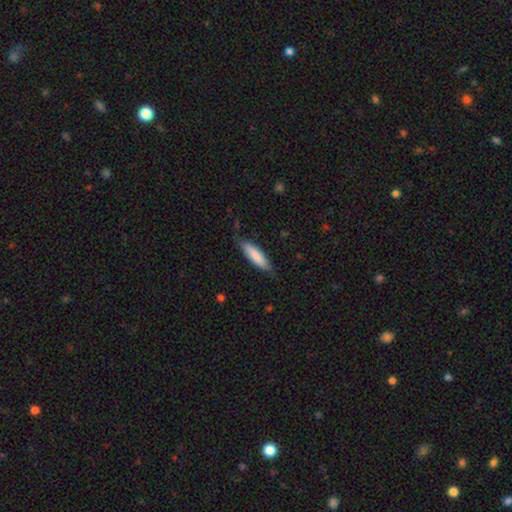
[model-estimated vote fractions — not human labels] smooth_or_featured: smooth (p=0.81) [alt: featured or disk p=0.14]
how_rounded: cigar-shaped (p=0.62) [alt: in between p=0.36]
merging: none (p=0.77) [alt: minor disturbance p=0.18]